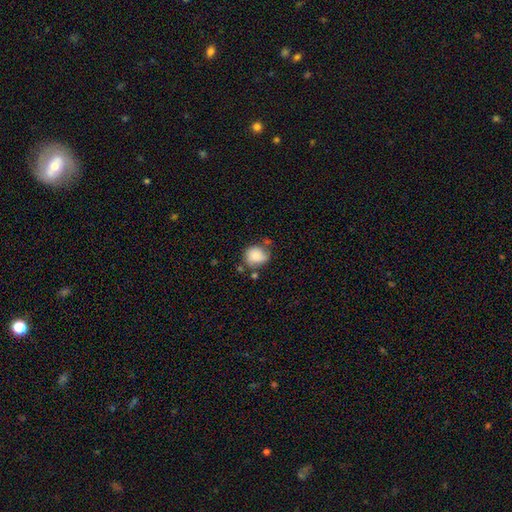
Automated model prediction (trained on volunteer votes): Smooth or featured: smooth — 77% (featured or disk — 15%)
How rounded: round — 71% (in between — 28%)
Merging: none — 52% (minor disturbance — 28%)